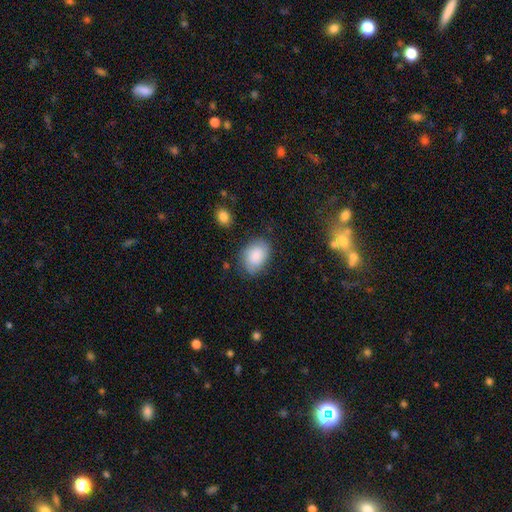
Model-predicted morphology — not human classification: The model was most divided on "merging": none: 73%, minor disturbance: 19%, major disturbance: 5%, merger: 2%. More confident: how rounded — in between (81%); smooth or featured — smooth (81%).